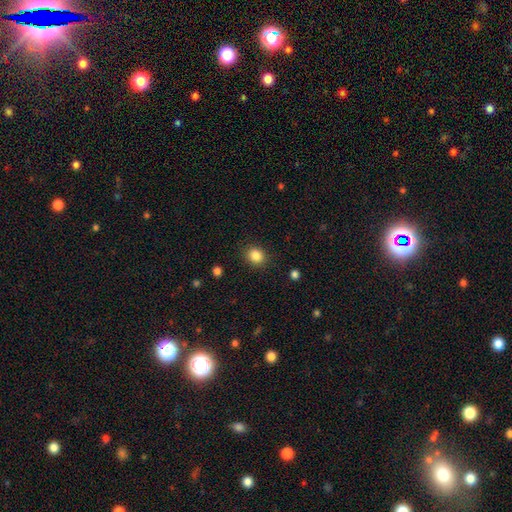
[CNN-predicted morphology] Smooth or featured: smooth — 85% (star or artifact — 10%)
How rounded: round — 69% (in between — 30%)
Merging: none — 88% (minor disturbance — 8%)